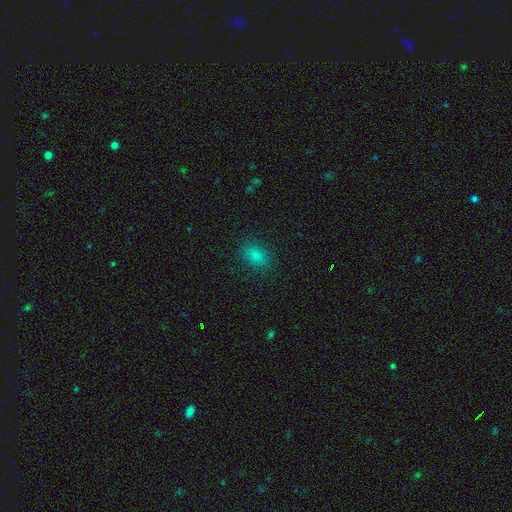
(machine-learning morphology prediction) A smooth galaxy with no disk features (78%) that is in between round and cigar-shaped (74%).

Vote fractions:
- Smooth or featured? smooth: 78% / star or artifact: 16% / featured or disk: 6%
- How rounded? in between: 74% / round: 24% / cigar-shaped: 2%
- Merging? none: 86% / minor disturbance: 10% / major disturbance: 3% / merger: 1%